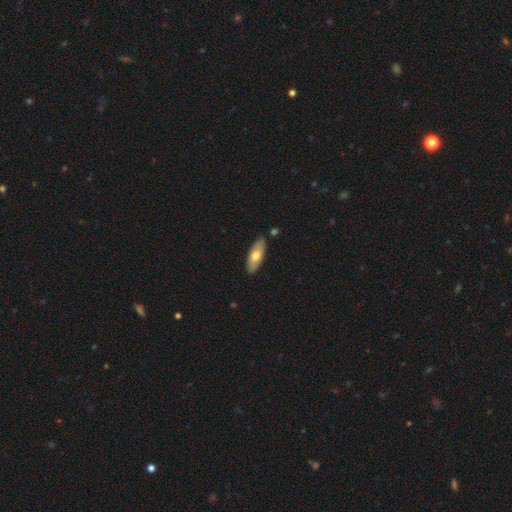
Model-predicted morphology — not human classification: smooth 66%, featured or disk 29%, star or artifact 6%. Down the decision tree: how rounded — in between (69%); merging — none (86%).